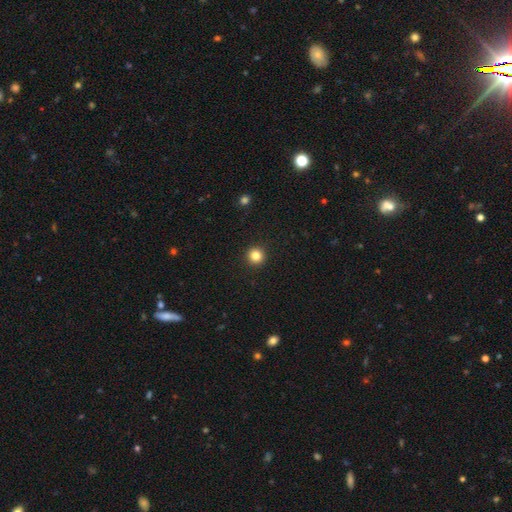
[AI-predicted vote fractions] The model was most divided on "smooth or featured": smooth: 84%, star or artifact: 12%, featured or disk: 5%. More confident: how rounded — round (95%); merging — none (93%).